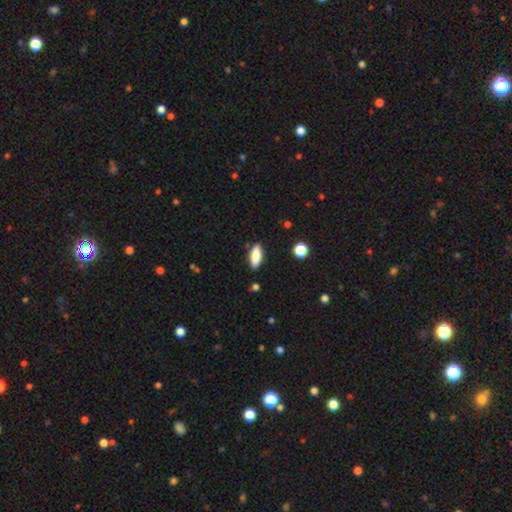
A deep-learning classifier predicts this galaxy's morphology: This appears to be a smooth galaxy with no disk features (83%) that is in between round and cigar-shaped (69%). Merging: none (85%).